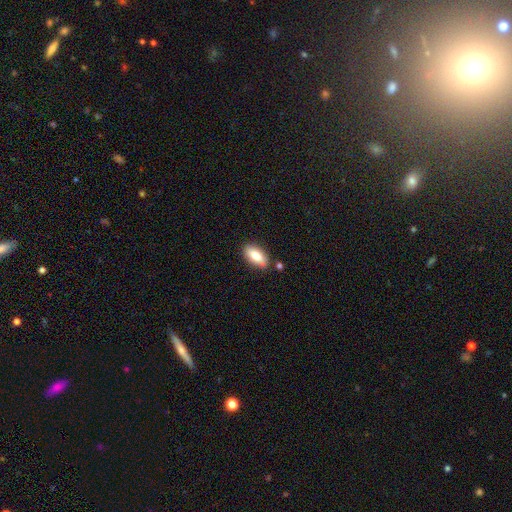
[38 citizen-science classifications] Q: Smooth or featured?
A: smooth (87%); runner-up: featured or disk (11%)
Q: How rounded?
A: in between (64%); runner-up: cigar-shaped (36%)
Q: Merging?
A: none (76%); runner-up: minor disturbance (14%)